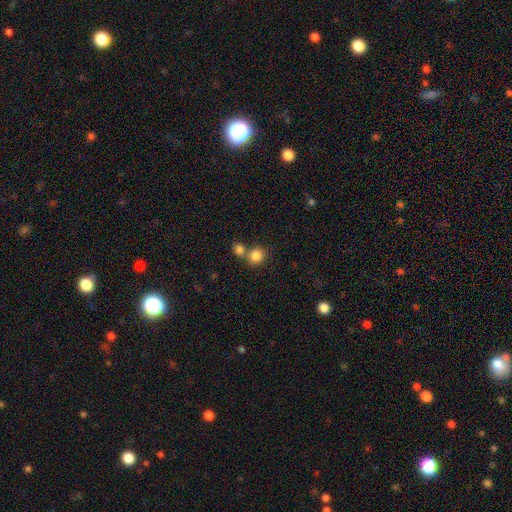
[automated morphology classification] Smooth or featured? Predicted: smooth (p=0.85). How rounded? Predicted: round (p=0.85). Merging? Predicted: none (p=0.55).